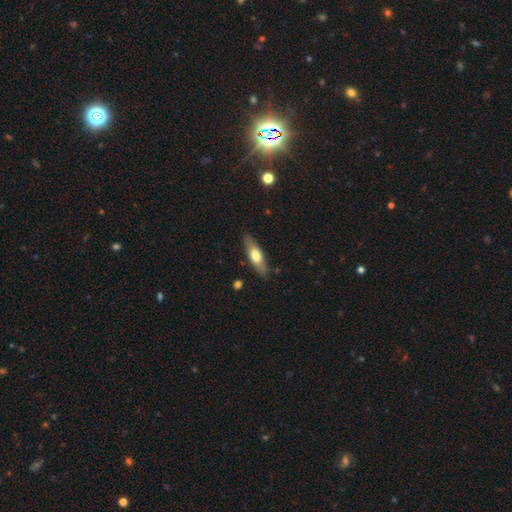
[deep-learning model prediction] Smooth or featured?
  - smooth: 59% *
  - featured or disk: 35%
  - star or artifact: 6%
How rounded?
  - cigar-shaped: 49% *
  - in between: 48%
  - round: 2%
Merging?
  - none: 85% *
  - minor disturbance: 11%
  - major disturbance: 2%
  - merger: 2%